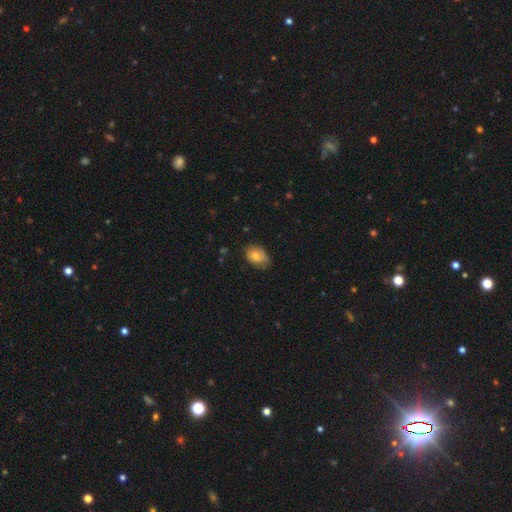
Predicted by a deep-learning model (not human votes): Overall: smooth (70%). How rounded: in between (74%). Merging: none (58%; minor disturbance 32%).